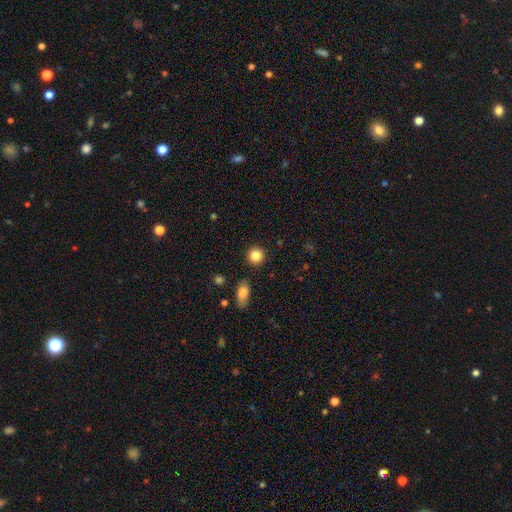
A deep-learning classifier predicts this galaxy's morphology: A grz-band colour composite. It shows a smooth galaxy with no disk features (85%) that is round (92%). Merging: none (89%).